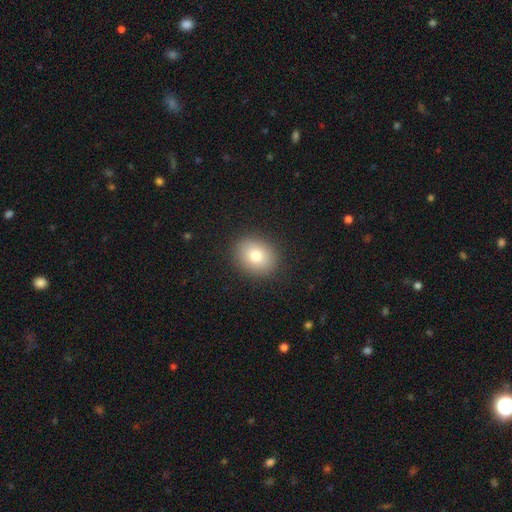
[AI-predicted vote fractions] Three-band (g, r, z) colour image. It shows a smooth galaxy with no disk features (79%) that is round (52%). Merging: none (90%).